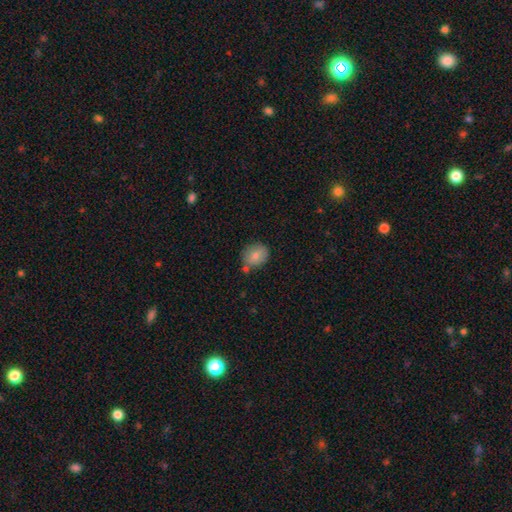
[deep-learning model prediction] This appears to be a smooth galaxy with no disk features (81%) that is round (66%). Merging: none (72%).